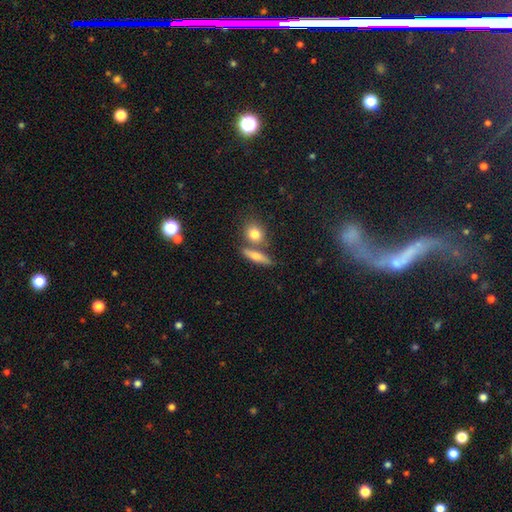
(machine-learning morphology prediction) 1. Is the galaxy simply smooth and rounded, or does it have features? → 60% smooth, 30% featured or disk, 11% star or artifact.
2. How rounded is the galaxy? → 58% cigar-shaped, 28% in between, 14% round.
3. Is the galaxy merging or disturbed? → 66% none, 20% merger, 10% minor disturbance, 3% major disturbance.